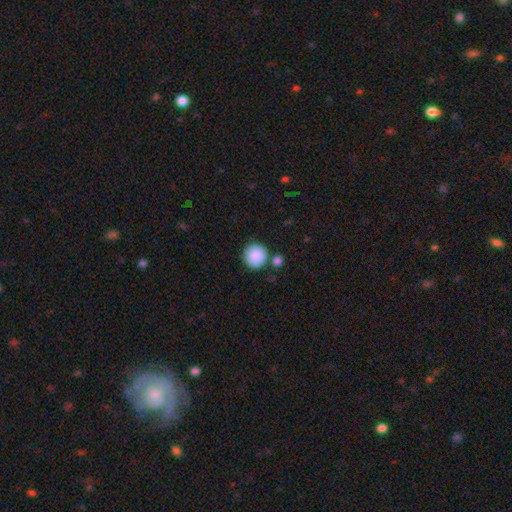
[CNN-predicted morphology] smooth-or-featured: smooth: 88% | star or artifact: 7% | featured or disk: 4%
  how-rounded: round: 95% | in between: 4% | cigar-shaped: 1%
  merging: none: 79% | merger: 10% | minor disturbance: 9% | major disturbance: 3%